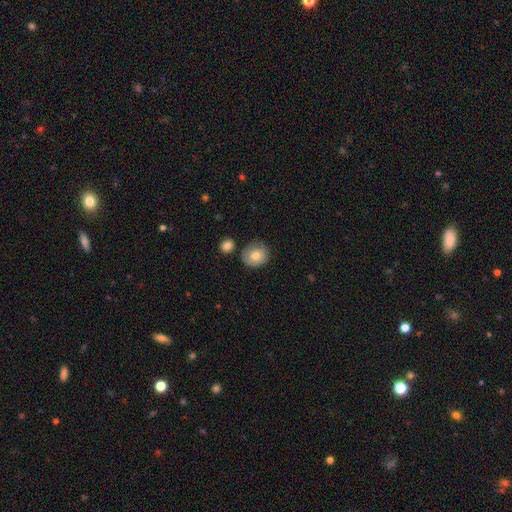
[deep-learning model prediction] The model was most divided on "merging": none: 76%, minor disturbance: 15%, merger: 6%, major disturbance: 3%. More confident: how rounded — round (80%); smooth or featured — smooth (77%).